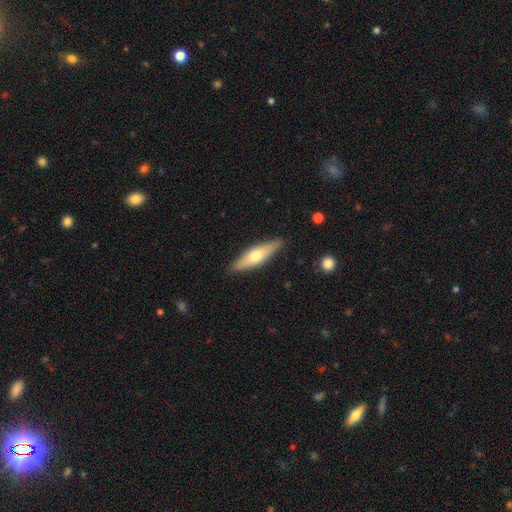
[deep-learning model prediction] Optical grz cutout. It shows a smooth galaxy with no disk features (55%) that is cigar-shaped (60%). Merging: none (87%).